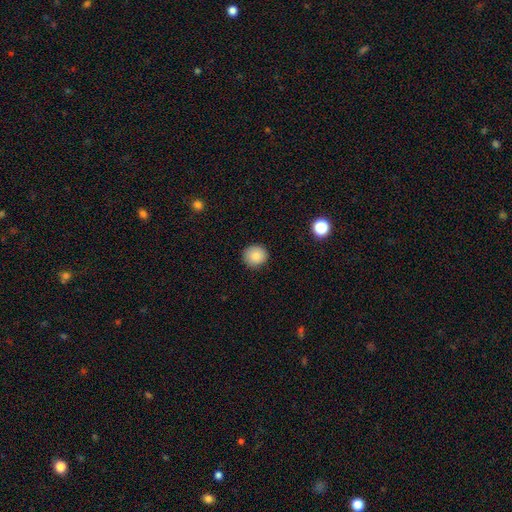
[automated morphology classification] smooth-or-featured: smooth: 86% | star or artifact: 9% | featured or disk: 5%
  how-rounded: round: 91% | in between: 8% | cigar-shaped: 1%
  merging: none: 90% | minor disturbance: 7% | major disturbance: 2% | merger: 1%